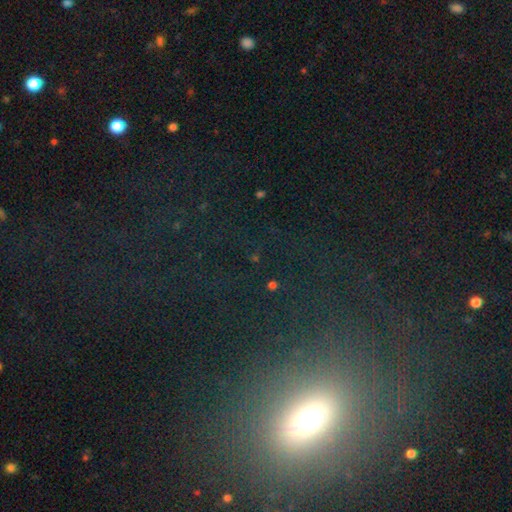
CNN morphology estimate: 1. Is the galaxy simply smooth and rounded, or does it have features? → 48% star or artifact, 35% smooth, 17% featured or disk.